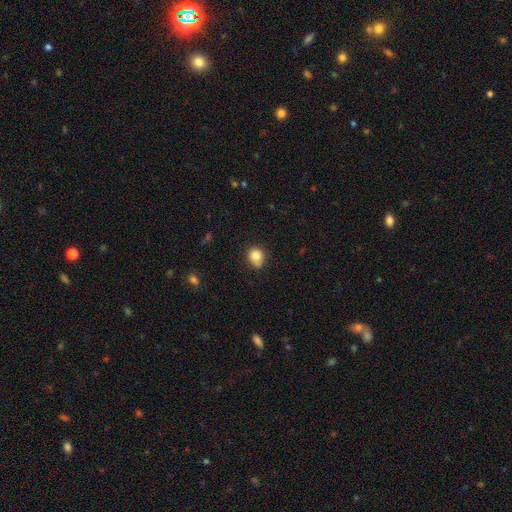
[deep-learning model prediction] A smooth galaxy with no disk features (81%) that is round (74%).

Vote fractions:
- Smooth or featured? smooth: 81% / star or artifact: 11% / featured or disk: 9%
- How rounded? round: 74% / in between: 25% / cigar-shaped: 1%
- Merging? none: 70% / minor disturbance: 23% / major disturbance: 4% / merger: 2%